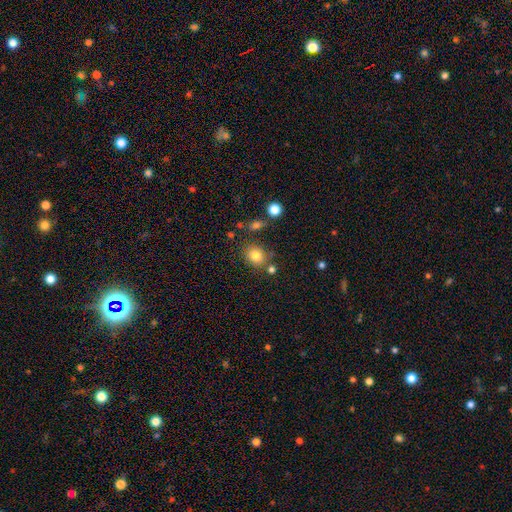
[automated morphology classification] Overall: smooth (82%). How rounded: round (61%; in between 38%). Merging: none (75%).